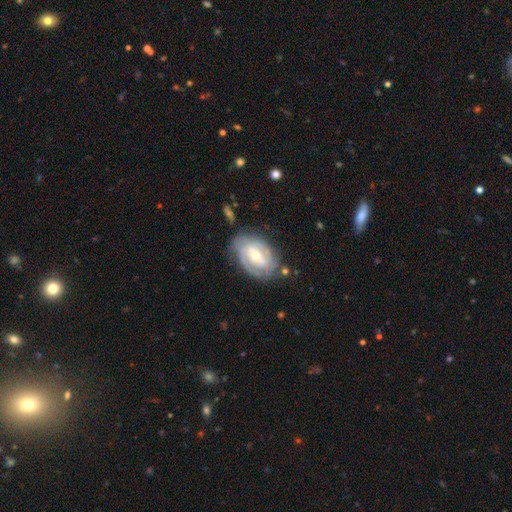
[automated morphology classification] smooth-or-featured: featured or disk: 81% | smooth: 14% | star or artifact: 5%
  disk-edge-on: no: 96% | yes: 4%
    bar: weak: 48% | no: 30% | strong: 23%
    has-spiral-arms: yes: 91% | no: 9%
      spiral-winding: tight: 66% | medium: 27% | loose: 7%
      spiral-arm-count: 2: 40% | can't tell: 31% | 3: 17% | 4: 5% | 1: 4% | more than 4: 3%
    bulge-size: moderate: 51% | small: 46% | large: 2% | none: 1% | dominant: 1%
  merging: none: 71% | minor disturbance: 19% | major disturbance: 6% | merger: 3%